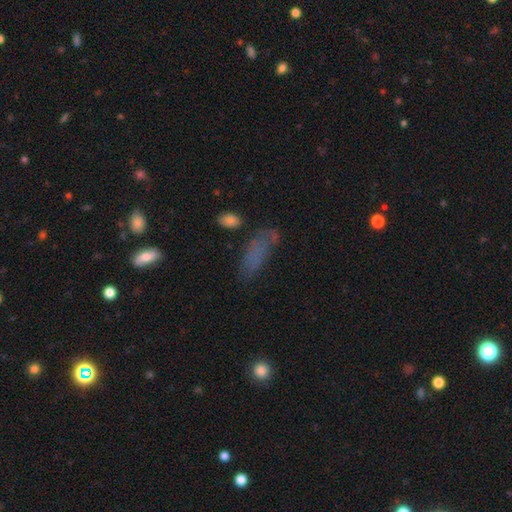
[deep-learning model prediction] smooth_or_featured: smooth (p=0.66) [alt: featured or disk p=0.18]
how_rounded: in between (p=0.61) [alt: cigar-shaped p=0.35]
merging: none (p=0.52) [alt: minor disturbance p=0.25]